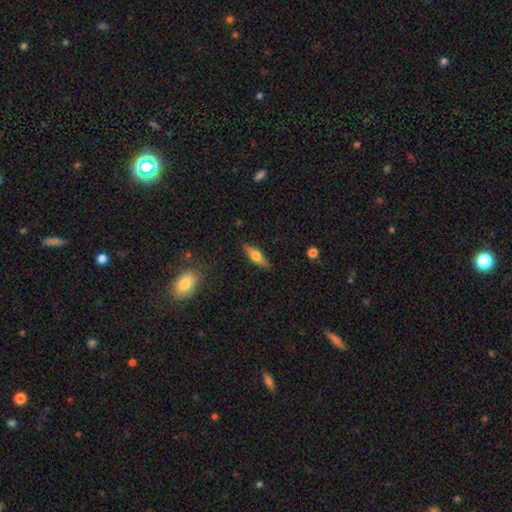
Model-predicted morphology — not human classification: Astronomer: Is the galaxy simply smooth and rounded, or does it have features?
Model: featured or disk — 47%, tied with smooth at 47%.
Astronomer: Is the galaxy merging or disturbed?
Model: none — 87%.